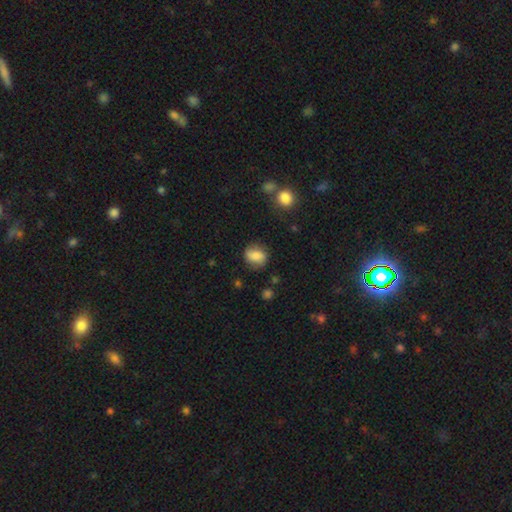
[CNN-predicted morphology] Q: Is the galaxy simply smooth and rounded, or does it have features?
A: smooth — 79%.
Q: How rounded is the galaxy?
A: in between — 51%.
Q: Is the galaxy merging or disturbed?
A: none — 76%.